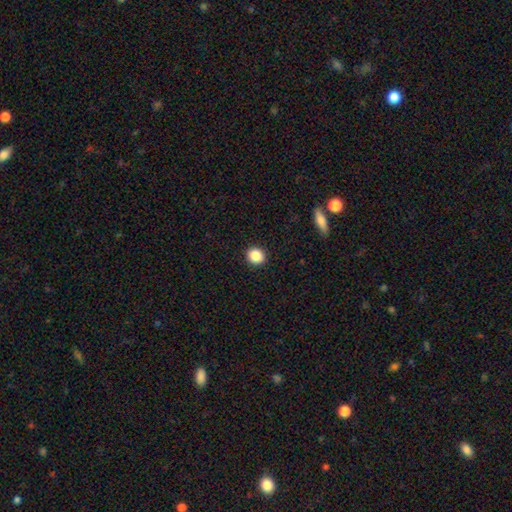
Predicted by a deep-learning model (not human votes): Smooth or featured? Predicted: smooth (p=0.87). How rounded? Predicted: round (p=0.84). Merging? Predicted: none (p=0.93).